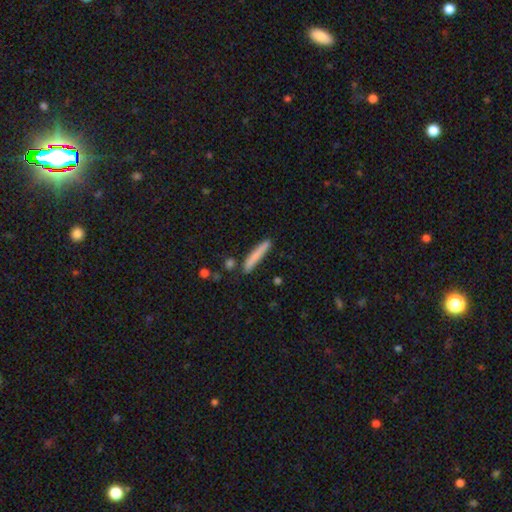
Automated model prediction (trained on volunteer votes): Smooth or featured? smooth (77%)
How rounded? cigar-shaped (94%)
Merging? none (81%)